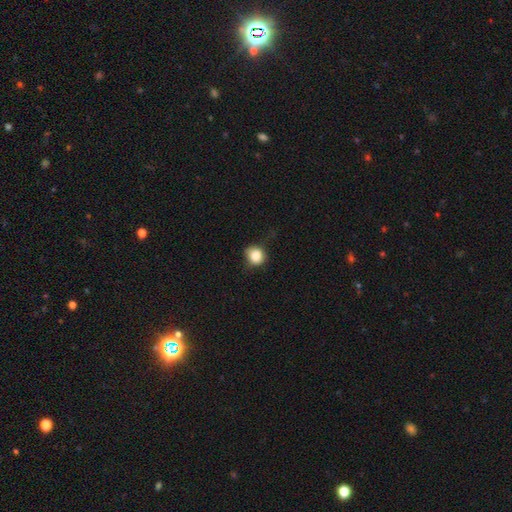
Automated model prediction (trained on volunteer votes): smooth_or_featured: smooth (p=0.84) [alt: star or artifact p=0.10]
how_rounded: round (p=0.80) [alt: in between p=0.19]
merging: none (p=0.68) [alt: minor disturbance p=0.25]